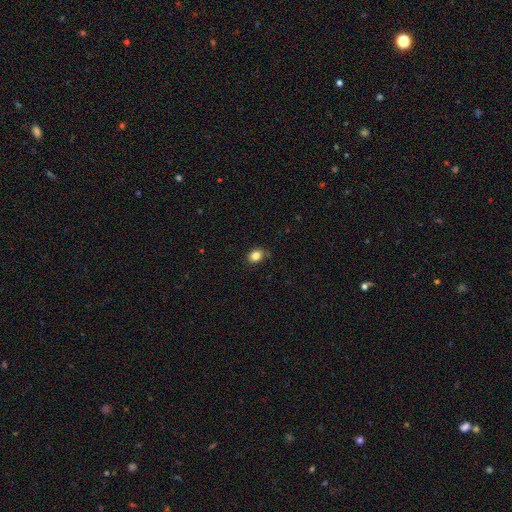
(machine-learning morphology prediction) Smooth or featured? Predicted: smooth (p=0.84). How rounded? Predicted: in between (p=0.50). Merging? Predicted: none (p=0.81).